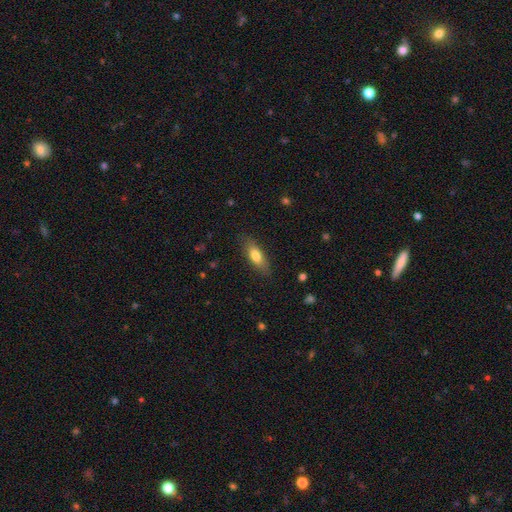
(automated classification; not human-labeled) Smooth or featured: smooth — 75% (featured or disk — 18%)
How rounded: in between — 65% (cigar-shaped — 32%)
Merging: none — 82% (minor disturbance — 13%)